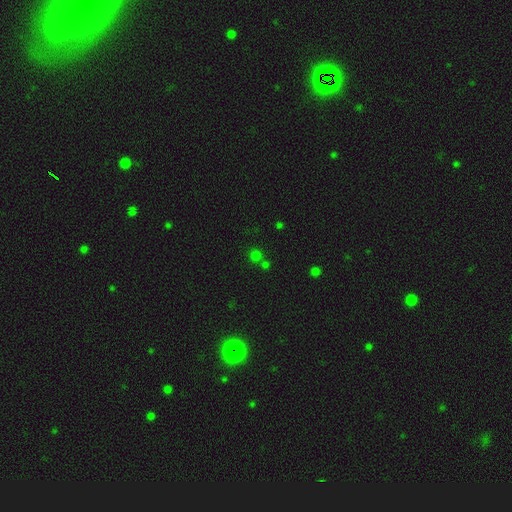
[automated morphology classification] Smooth or featured: smooth — 60% (star or artifact — 34%)
How rounded: round — 91% (in between — 8%)
Merging: none — 69% (merger — 21%)